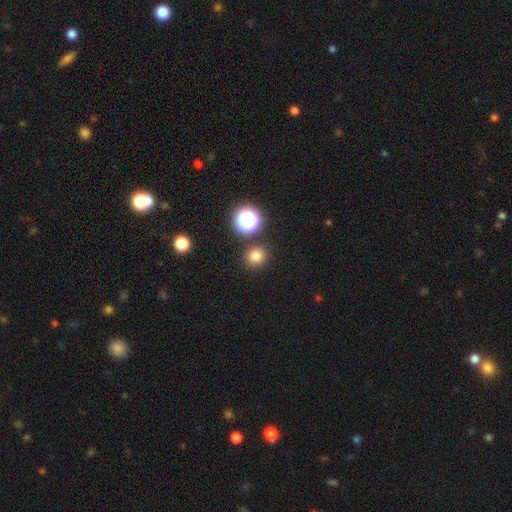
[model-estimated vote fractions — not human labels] Smooth or featured?
  - smooth: 78% *
  - star or artifact: 17%
  - featured or disk: 5%
How rounded?
  - round: 89% *
  - in between: 10%
  - cigar-shaped: 1%
Merging?
  - none: 86% *
  - minor disturbance: 7%
  - merger: 5%
  - major disturbance: 3%